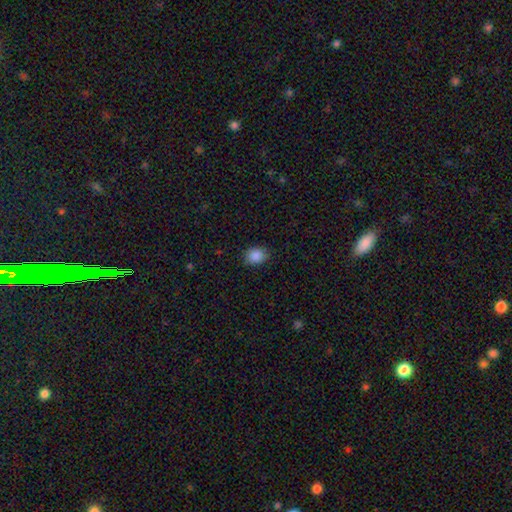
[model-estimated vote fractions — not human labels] The model was most divided on "how rounded": in between: 53%, round: 46%, cigar-shaped: 1%. More confident: smooth or featured — smooth (87%); merging — none (80%).